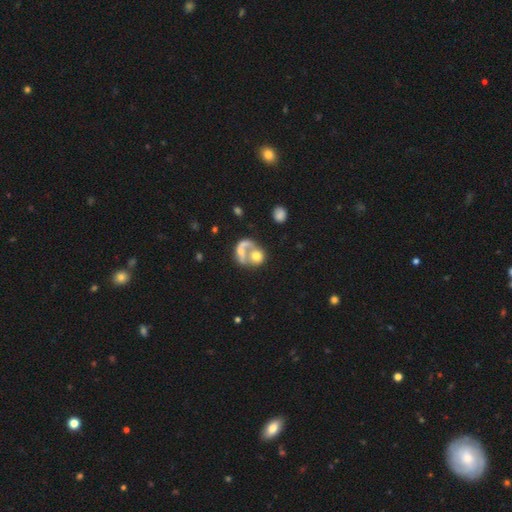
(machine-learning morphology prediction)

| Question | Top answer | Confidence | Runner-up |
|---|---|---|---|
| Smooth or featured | smooth | 49% | featured or disk (41%) |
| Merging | merger | 61% | none (17%) |